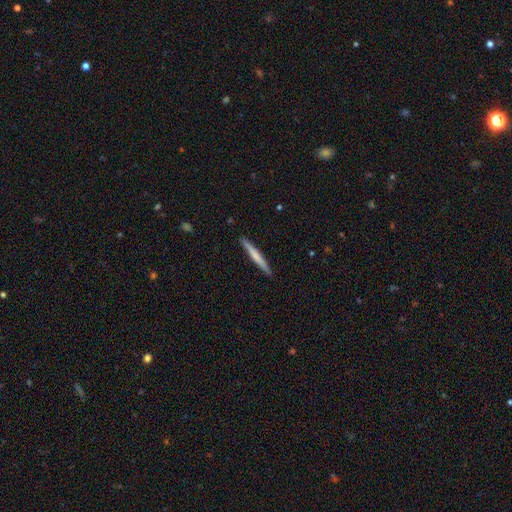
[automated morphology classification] Q: Smooth or featured?
A: smooth (57%); runner-up: featured or disk (38%)
Q: How rounded?
A: cigar-shaped (97%); runner-up: in between (2%)
Q: Merging?
A: none (91%); runner-up: minor disturbance (7%)